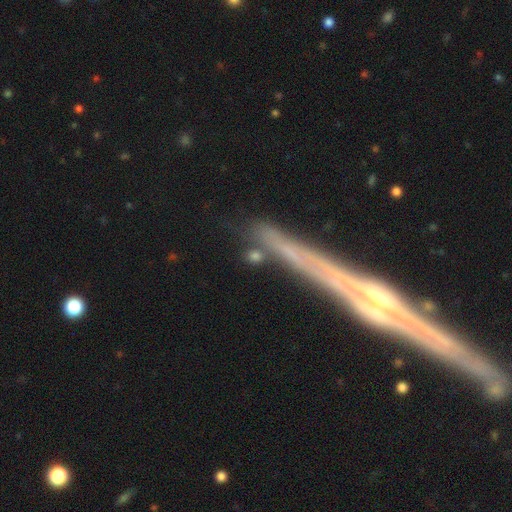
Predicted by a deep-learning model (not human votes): A smooth galaxy with no disk features (59%) that is cigar-shaped (45%). Merging: none (72%).